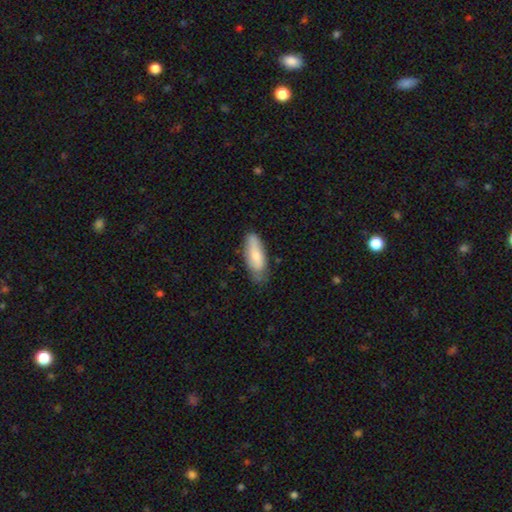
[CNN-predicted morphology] This is likely a smooth galaxy (72%). How rounded: likely in between (71%). Merging: likely none (64%).